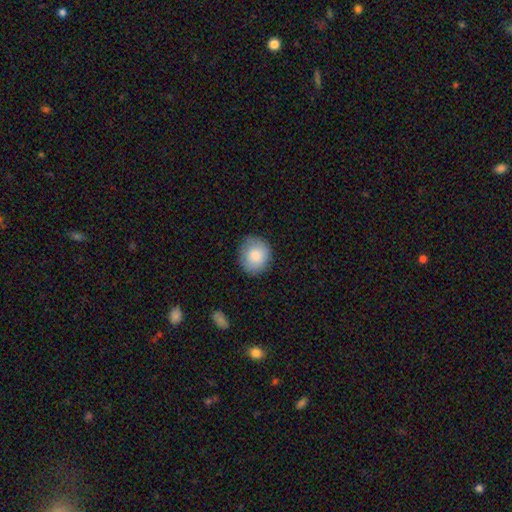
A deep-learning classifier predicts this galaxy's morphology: Smooth or featured? Predicted: smooth (p=0.84). How rounded? Predicted: round (p=0.82). Merging? Predicted: none (p=0.84).